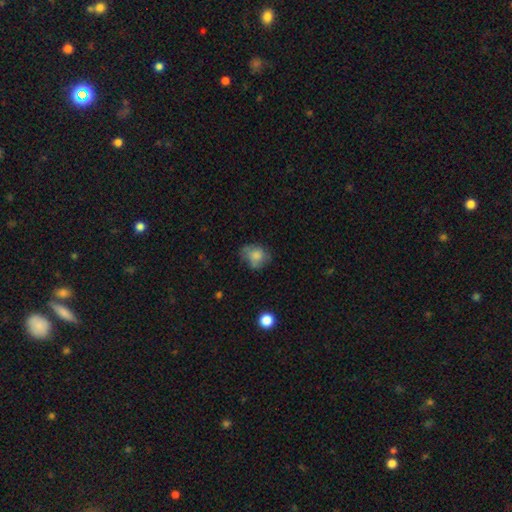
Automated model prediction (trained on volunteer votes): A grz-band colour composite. It shows a smooth galaxy with no disk features (74%) that is round (54%). Merging: none (51%).